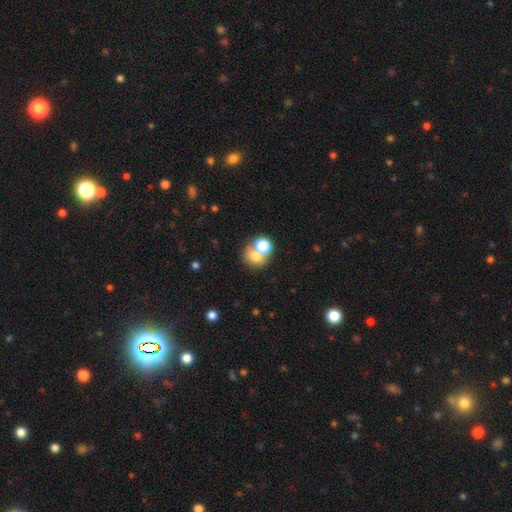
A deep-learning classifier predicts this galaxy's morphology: This is likely a smooth galaxy (70%). How rounded: likely round (70%). Merging: possibly merger (50%).